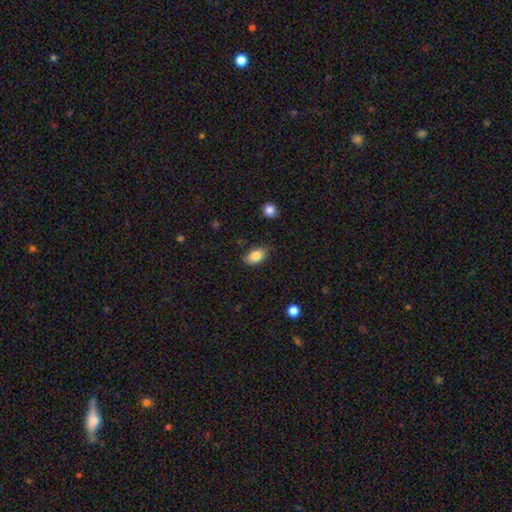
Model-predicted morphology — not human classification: smooth-or-featured: smooth: 85% | featured or disk: 8% | star or artifact: 8%
  how-rounded: in between: 91% | round: 7% | cigar-shaped: 2%
  merging: none: 82% | minor disturbance: 14% | major disturbance: 3% | merger: 1%